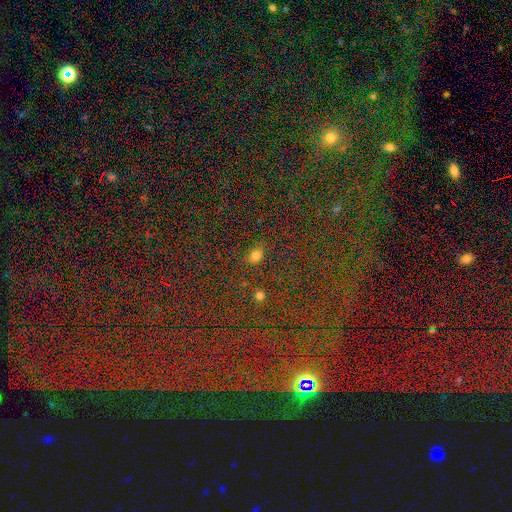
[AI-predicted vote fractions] smooth-or-featured: smooth: 70% | star or artifact: 24% | featured or disk: 6%
  how-rounded: in between: 65% | round: 33% | cigar-shaped: 2%
  merging: none: 83% | minor disturbance: 10% | major disturbance: 4% | merger: 3%